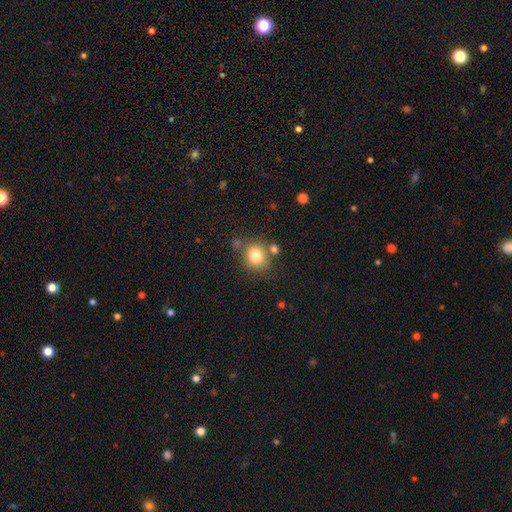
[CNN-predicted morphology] smooth 79%, star or artifact 11%, featured or disk 10%. Down the decision tree: how rounded — round (78%); merging — none (71%).